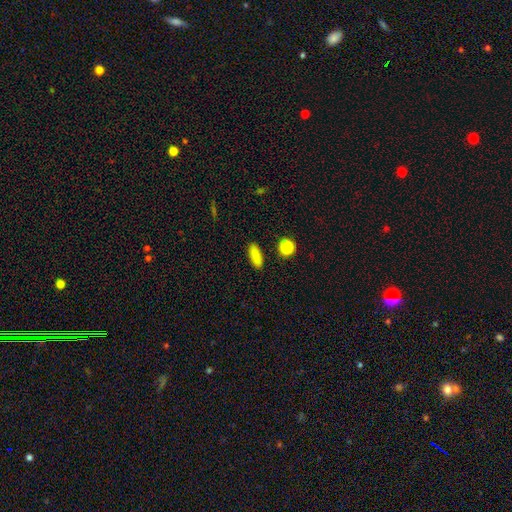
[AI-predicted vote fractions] smooth 86%, star or artifact 10%, featured or disk 4%. Down the decision tree: how rounded — in between (65%); merging — none (89%).